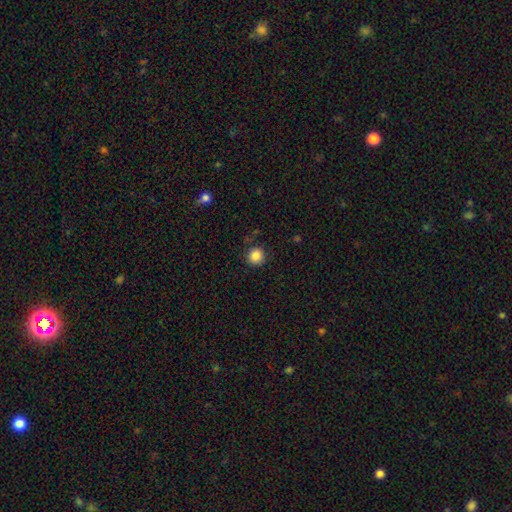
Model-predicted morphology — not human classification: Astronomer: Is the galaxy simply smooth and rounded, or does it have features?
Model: smooth — 86%.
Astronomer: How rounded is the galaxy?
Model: round — 94%.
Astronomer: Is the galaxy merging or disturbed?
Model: none — 87%.